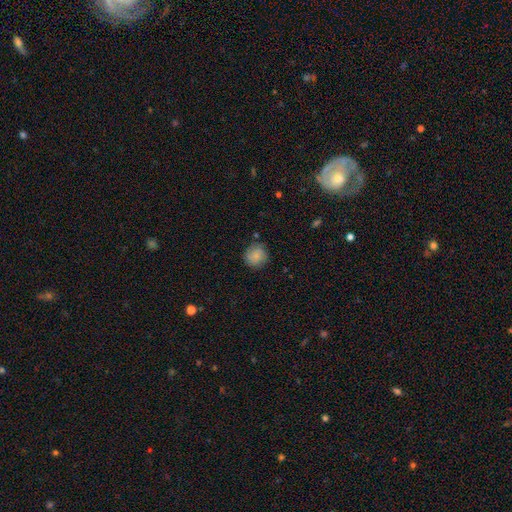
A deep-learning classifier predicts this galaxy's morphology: Smooth or featured? Predicted: smooth (p=0.83). How rounded? Predicted: round (p=0.89). Merging? Predicted: none (p=0.80).